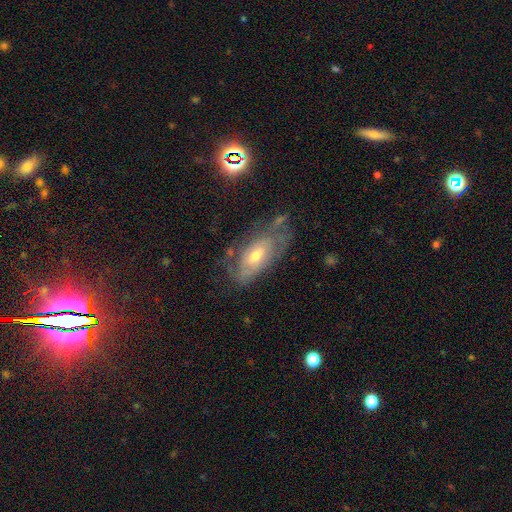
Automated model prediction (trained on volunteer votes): Q: Smooth or featured?
A: featured or disk (64%); runner-up: smooth (28%)
Q: Edge-on disk?
A: no (87%); runner-up: yes (13%)
Q: Bar?
A: no (61%); runner-up: weak (31%)
Q: Spiral arms?
A: yes (68%); runner-up: no (32%)
Q: Bulge size?
A: moderate (57%); runner-up: small (38%)
Q: Merging?
A: none (49%); runner-up: minor disturbance (29%)